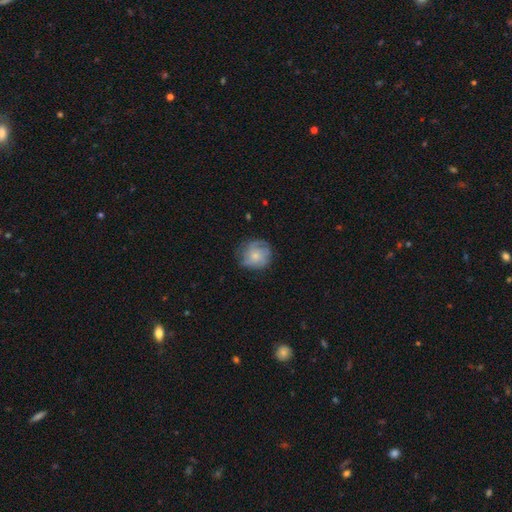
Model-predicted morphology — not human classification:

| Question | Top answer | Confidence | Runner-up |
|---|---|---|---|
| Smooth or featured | smooth | 53% | featured or disk (38%) |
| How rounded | round | 86% | in between (13%) |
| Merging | none | 66% | minor disturbance (23%) |